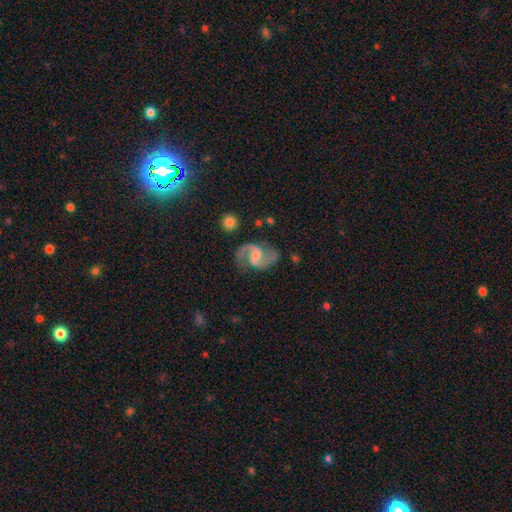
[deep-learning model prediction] Smooth or featured?
  - featured or disk: 90% *
  - smooth: 5%
  - star or artifact: 5%
Edge-on disk?
  - no: 98% *
  - yes: 2%
Bar?
  - weak: 55% *
  - strong: 24%
  - no: 21%
Spiral arms?
  - yes: 97% *
  - no: 3%
Spiral winding?
  - medium: 55% *
  - loose: 36%
  - tight: 10%
Spiral arm count?
  - 2: 94% *
  - can't tell: 2%
  - 1: 2%
  - 3: 1%
  - 4: 1%
  - more than 4: 1%
Bulge size?
  - small: 46% *
  - moderate: 31%
  - none: 18%
  - large: 3%
  - dominant: 1%
Merging?
  - none: 78% *
  - minor disturbance: 14%
  - major disturbance: 6%
  - merger: 2%